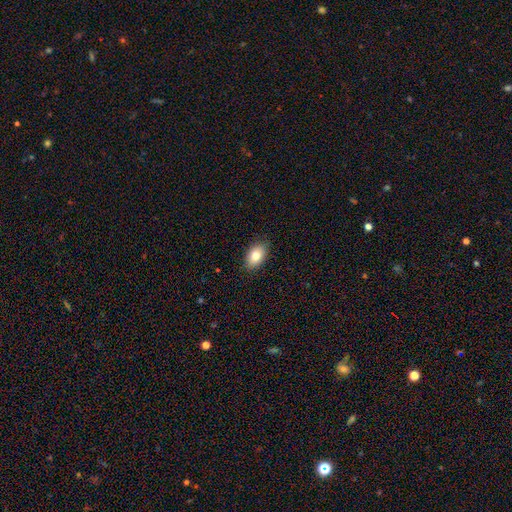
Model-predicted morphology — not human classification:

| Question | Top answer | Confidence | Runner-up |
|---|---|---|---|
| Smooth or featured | smooth | 81% | featured or disk (11%) |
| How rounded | in between | 89% | round (9%) |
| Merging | none | 88% | minor disturbance (10%) |